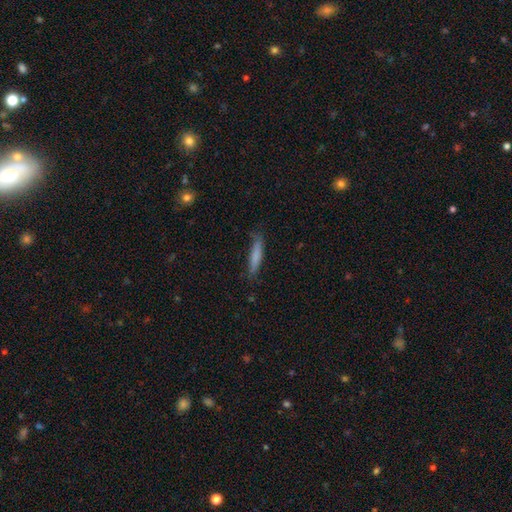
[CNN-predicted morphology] Smooth or featured: smooth — 77% (featured or disk — 16%)
How rounded: cigar-shaped — 89% (in between — 10%)
Merging: none — 77% (minor disturbance — 18%)